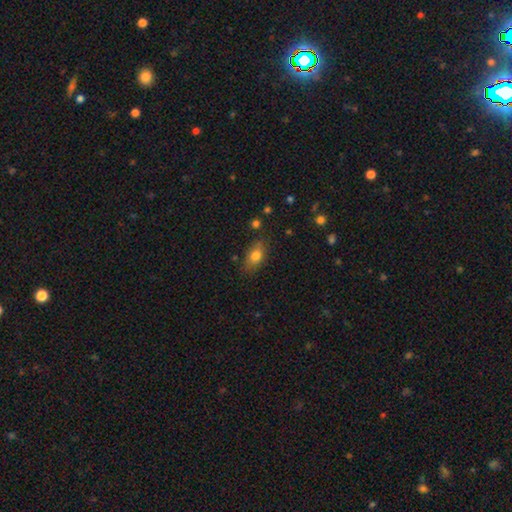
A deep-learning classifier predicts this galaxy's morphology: A smooth galaxy with no disk features (78%) that is in between round and cigar-shaped (83%). Merging: none (76%).